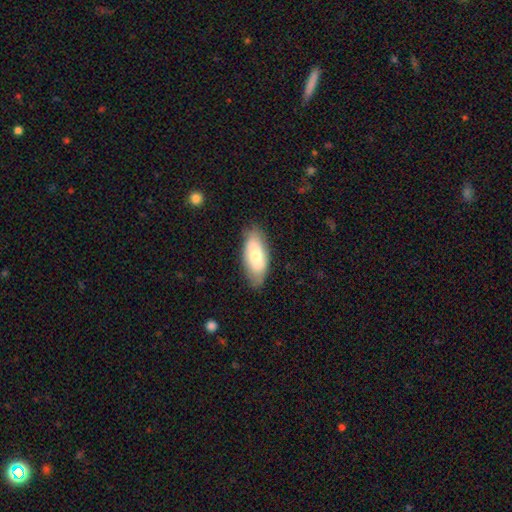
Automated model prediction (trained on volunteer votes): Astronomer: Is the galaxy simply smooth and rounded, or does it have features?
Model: smooth — 62%.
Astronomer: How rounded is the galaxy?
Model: in between — 86%.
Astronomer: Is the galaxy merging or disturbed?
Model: none — 78%.